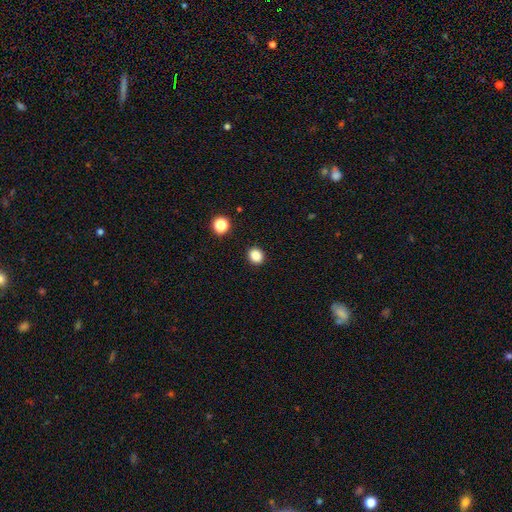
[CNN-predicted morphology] Smooth or featured? Predicted: smooth (p=0.86). How rounded? Predicted: round (p=0.69). Merging? Predicted: none (p=0.91).